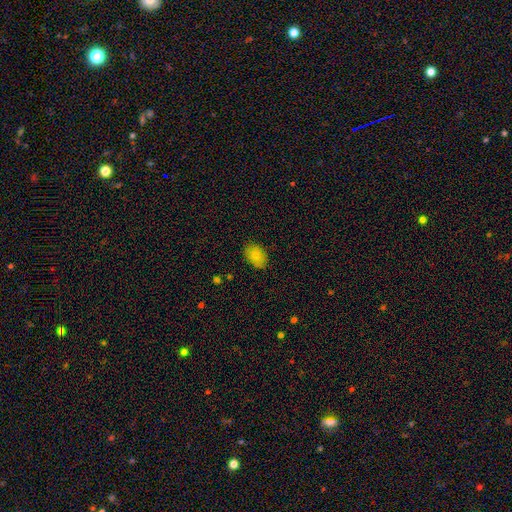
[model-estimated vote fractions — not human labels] smooth 85%, star or artifact 9%, featured or disk 6%. Down the decision tree: how rounded — in between (81%); merging — none (84%).